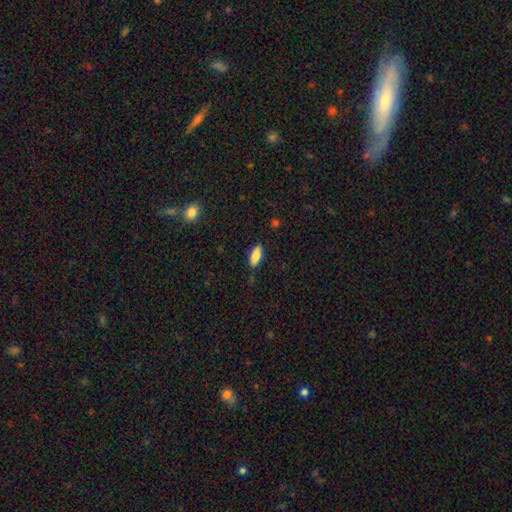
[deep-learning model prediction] Smooth or featured? Predicted: smooth (p=0.85). How rounded? Predicted: in between (p=0.80). Merging? Predicted: none (p=0.86).